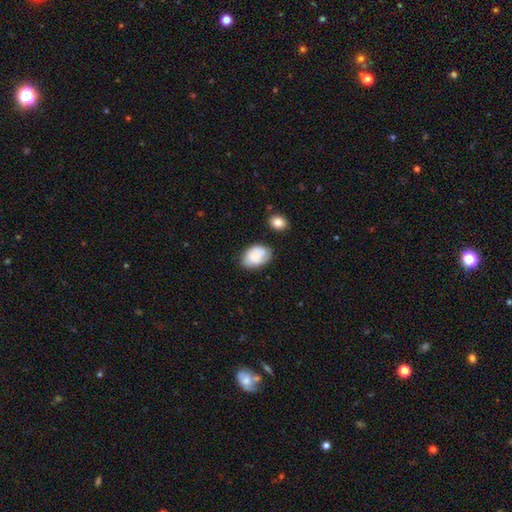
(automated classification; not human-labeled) Smooth or featured? smooth (73%)
How rounded? in between (84%)
Merging? none (65%)